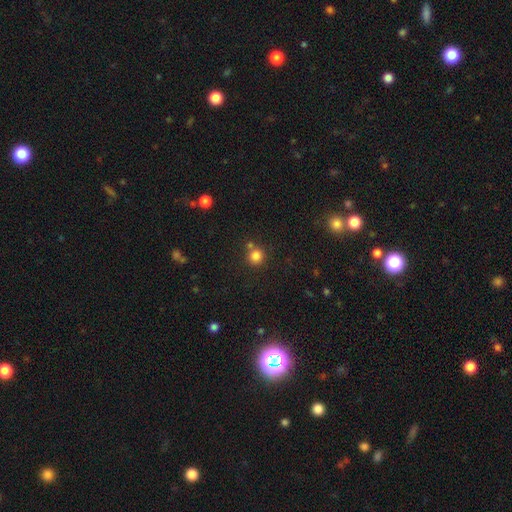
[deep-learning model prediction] Smooth or featured? Predicted: smooth (p=0.82). How rounded? Predicted: round (p=0.90). Merging? Predicted: none (p=0.69).